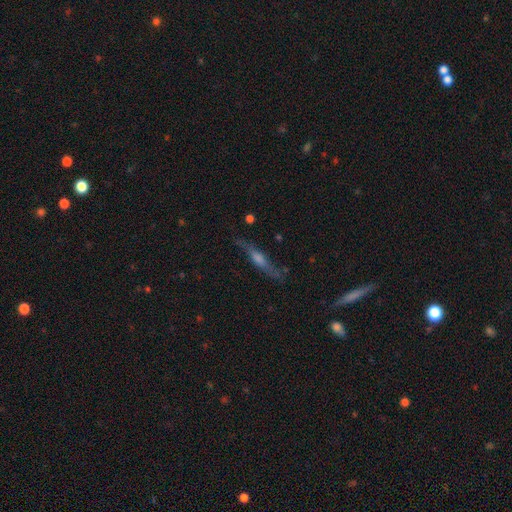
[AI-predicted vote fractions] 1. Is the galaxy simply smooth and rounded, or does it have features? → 71% featured or disk, 19% smooth, 10% star or artifact.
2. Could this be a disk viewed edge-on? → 83% yes, 17% no.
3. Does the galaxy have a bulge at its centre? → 72% rounded, 17% boxy, 11% none.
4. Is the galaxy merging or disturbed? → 74% none, 17% minor disturbance, 7% major disturbance, 2% merger.